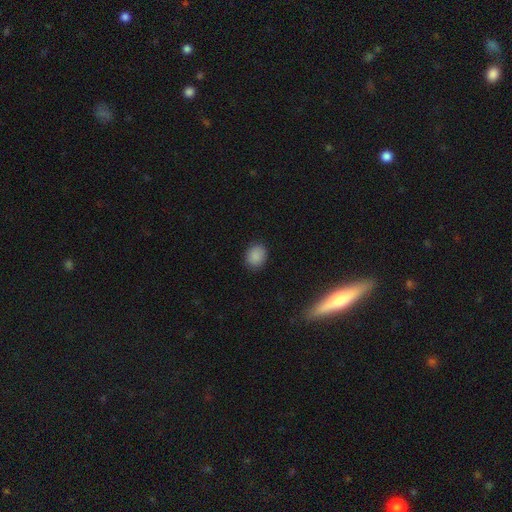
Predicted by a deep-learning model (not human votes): A smooth galaxy with no disk features (88%) that is round (52%).

Vote fractions:
- Smooth or featured? smooth: 88% / star or artifact: 9% / featured or disk: 3%
- How rounded? round: 52% / in between: 47% / cigar-shaped: 1%
- Merging? none: 87% / minor disturbance: 9% / major disturbance: 2% / merger: 1%